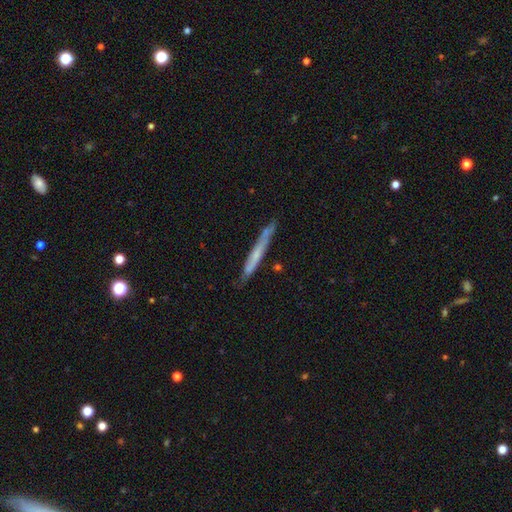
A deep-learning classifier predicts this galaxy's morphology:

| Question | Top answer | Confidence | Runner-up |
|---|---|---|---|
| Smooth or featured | featured or disk | 48% | smooth (46%) |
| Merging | none | 78% | minor disturbance (17%) |